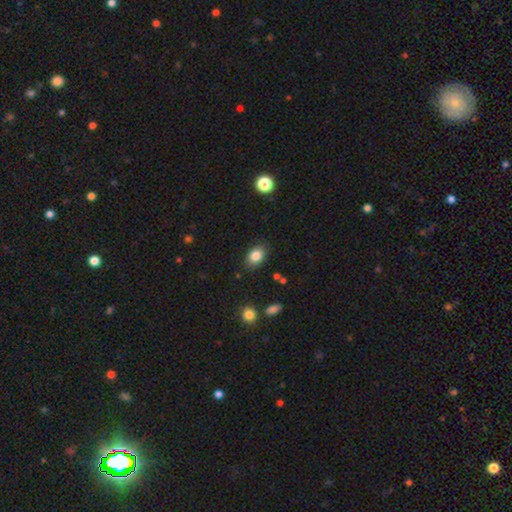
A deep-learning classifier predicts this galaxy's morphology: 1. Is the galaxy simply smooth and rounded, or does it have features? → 85% smooth, 9% star or artifact, 7% featured or disk.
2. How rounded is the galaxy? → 79% in between, 20% round, 1% cigar-shaped.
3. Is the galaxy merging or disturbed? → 84% none, 12% minor disturbance, 3% major disturbance, 2% merger.